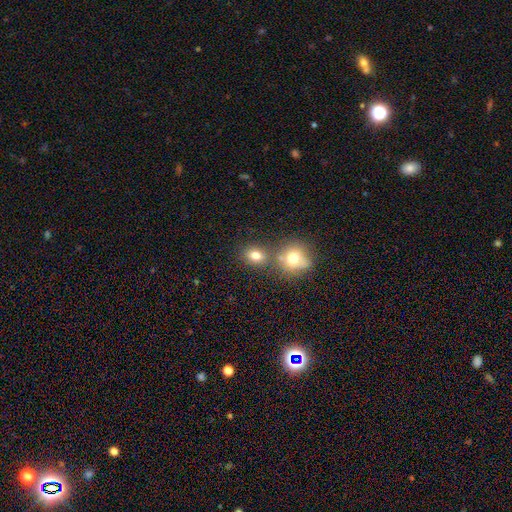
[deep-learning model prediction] Morphology: type=smooth (77%); roundness=round (52%); merging=none (60%).